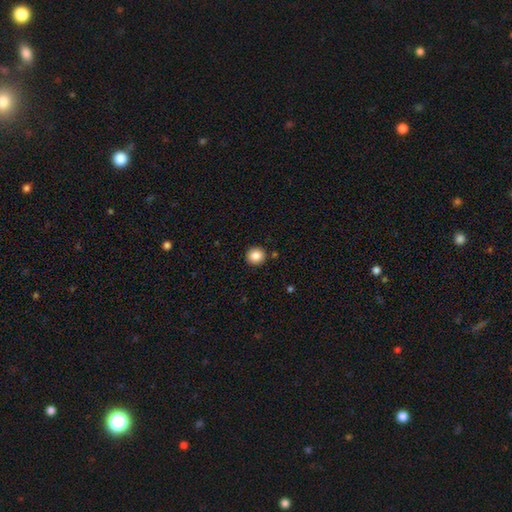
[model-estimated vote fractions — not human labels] Smooth or featured?
  - smooth: 86% *
  - star or artifact: 10%
  - featured or disk: 4%
How rounded?
  - round: 92% *
  - in between: 7%
  - cigar-shaped: 1%
Merging?
  - none: 90% *
  - minor disturbance: 6%
  - merger: 2%
  - major disturbance: 2%